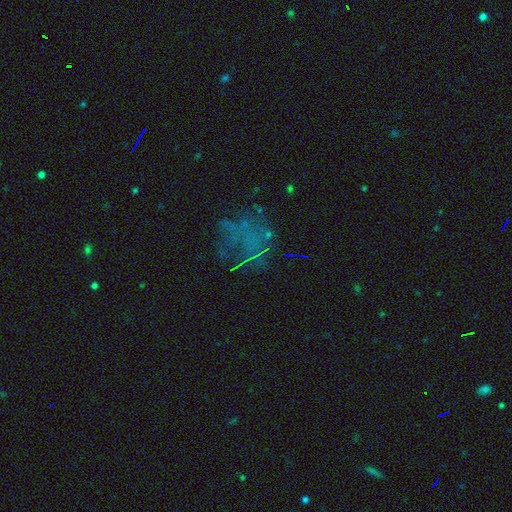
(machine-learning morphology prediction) Overall: featured or disk (37%; star or artifact 36%). Merging: none (55%; major disturbance 26%).